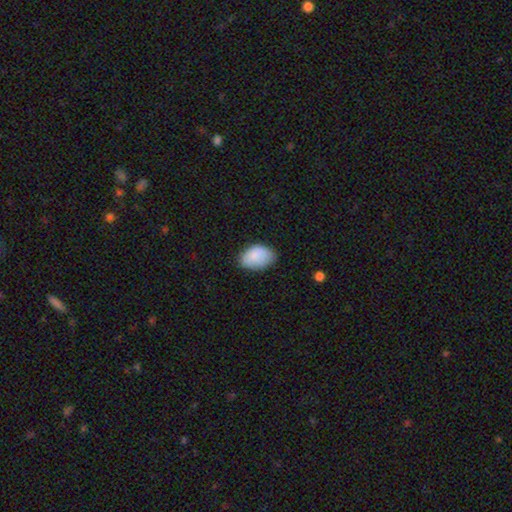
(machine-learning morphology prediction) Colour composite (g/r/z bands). It shows a smooth galaxy with no disk features (85%) that is in between round and cigar-shaped (87%). Merging: none (69%).